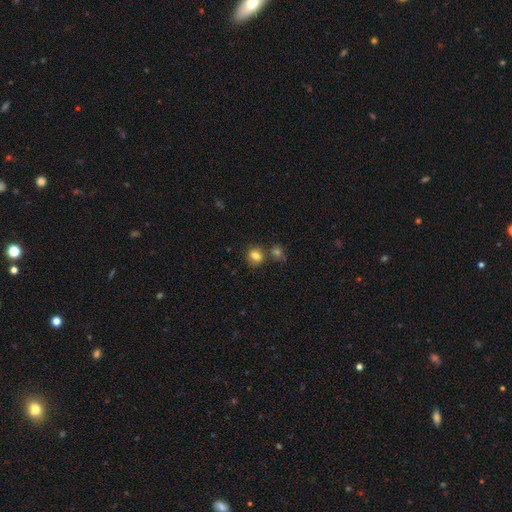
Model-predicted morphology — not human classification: Smooth or featured?
  - smooth: 80% *
  - star or artifact: 12%
  - featured or disk: 8%
How rounded?
  - round: 71% *
  - in between: 28%
  - cigar-shaped: 1%
Merging?
  - none: 69% *
  - merger: 16%
  - minor disturbance: 12%
  - major disturbance: 3%